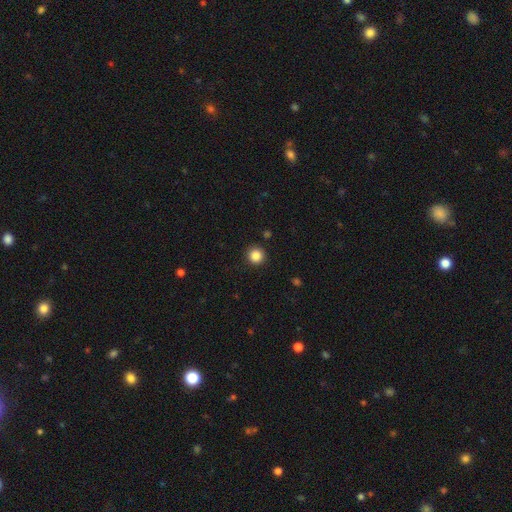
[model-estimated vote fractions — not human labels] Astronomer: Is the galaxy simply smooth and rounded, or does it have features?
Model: smooth — 86%.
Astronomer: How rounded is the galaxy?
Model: round — 95%.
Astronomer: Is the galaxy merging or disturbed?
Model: none — 92%.